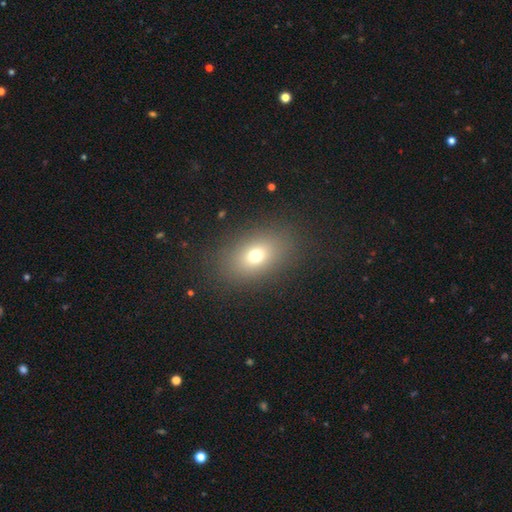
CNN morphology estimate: Smooth or featured? Predicted: smooth (p=0.70). How rounded? Predicted: in between (p=0.76). Merging? Predicted: none (p=0.85).